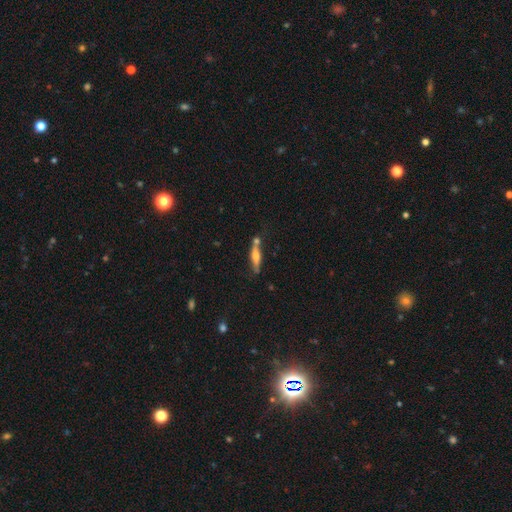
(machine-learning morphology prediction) smooth_or_featured: featured or disk (p=0.51) [alt: smooth p=0.42]
disk_edge_on: yes (p=0.90) [alt: no p=0.10]
merging: none (p=0.64) [alt: merger p=0.17]